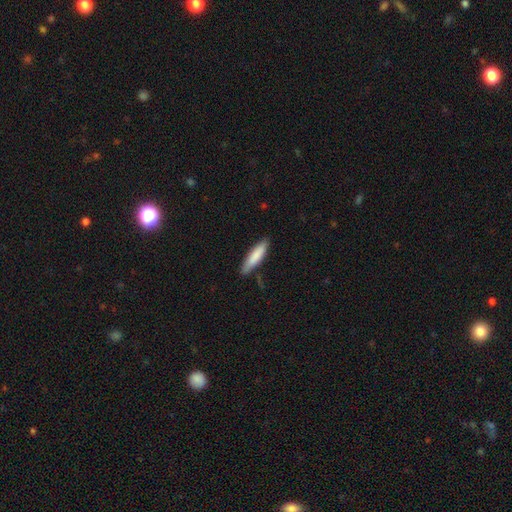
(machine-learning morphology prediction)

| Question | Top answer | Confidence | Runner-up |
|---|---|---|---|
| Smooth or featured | smooth | 81% | featured or disk (14%) |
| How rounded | cigar-shaped | 73% | in between (25%) |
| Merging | none | 77% | minor disturbance (18%) |